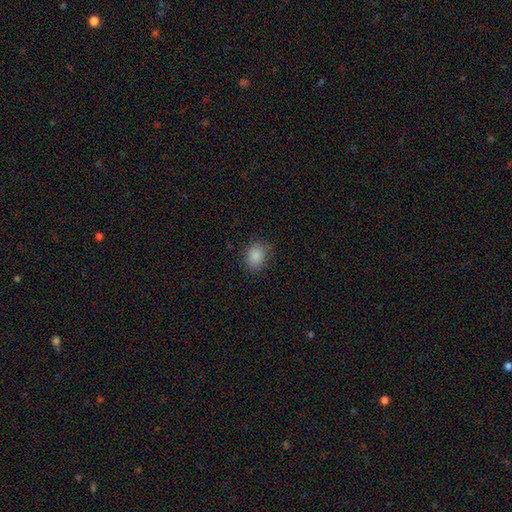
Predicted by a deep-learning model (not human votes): smooth-or-featured: smooth: 87% | star or artifact: 9% | featured or disk: 4%
  how-rounded: round: 54% | in between: 45% | cigar-shaped: 1%
  merging: none: 83% | minor disturbance: 13% | major disturbance: 4% | merger: 1%